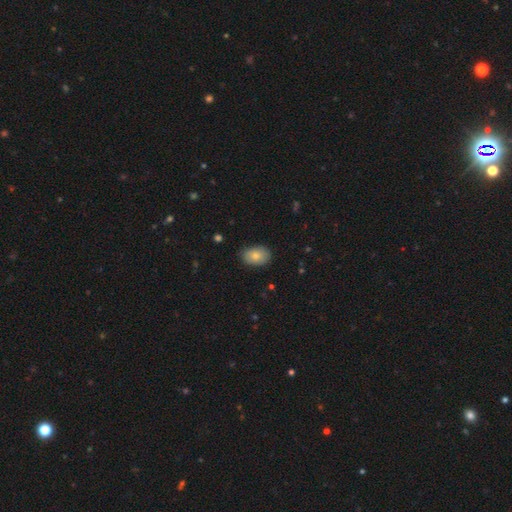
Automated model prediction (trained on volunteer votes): Smooth or featured? Predicted: smooth (p=0.81). How rounded? Predicted: in between (p=0.85). Merging? Predicted: none (p=0.81).